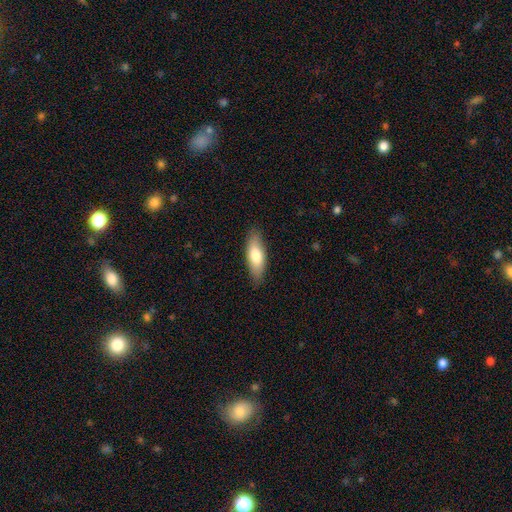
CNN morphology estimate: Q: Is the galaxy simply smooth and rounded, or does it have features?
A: smooth — 74%.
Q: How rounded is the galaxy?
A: in between — 65%.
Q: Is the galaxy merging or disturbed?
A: none — 86%.